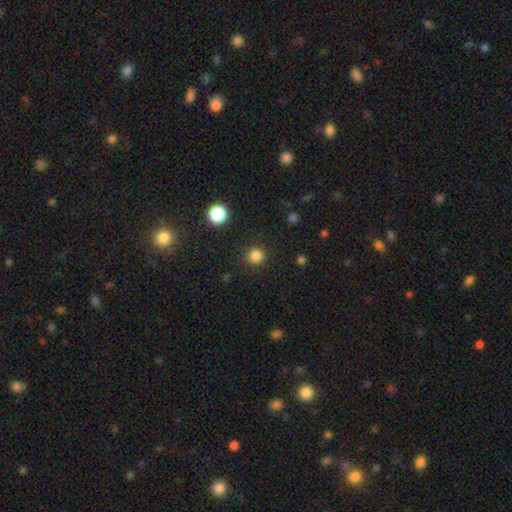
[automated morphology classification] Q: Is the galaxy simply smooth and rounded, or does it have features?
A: smooth — 83%.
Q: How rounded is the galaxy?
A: round — 95%.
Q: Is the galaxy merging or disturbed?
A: none — 90%.